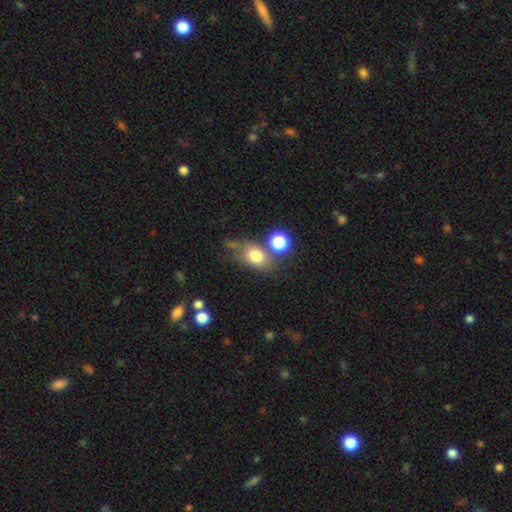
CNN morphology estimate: Q: Smooth or featured?
A: smooth (75%); runner-up: featured or disk (13%)
Q: How rounded?
A: in between (61%); runner-up: round (37%)
Q: Merging?
A: none (51%); runner-up: merger (21%)